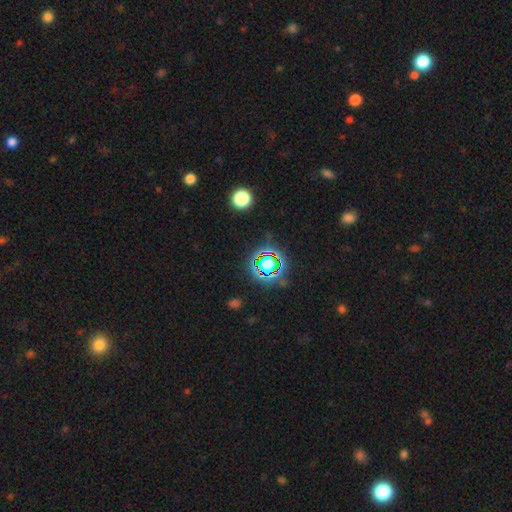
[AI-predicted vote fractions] This appears to be a star or artifact, not a galaxy (71%).